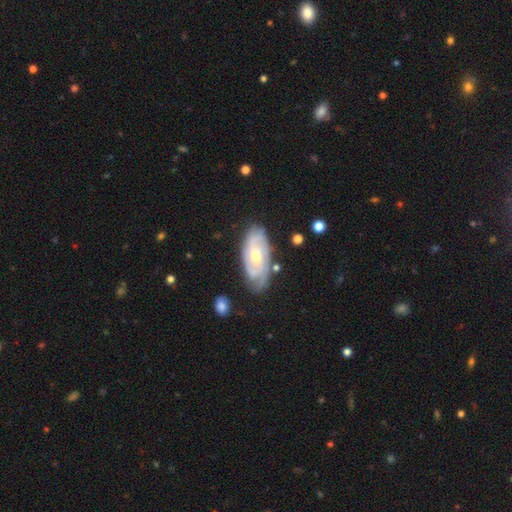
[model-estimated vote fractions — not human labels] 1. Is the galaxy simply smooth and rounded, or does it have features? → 78% featured or disk, 17% smooth, 5% star or artifact.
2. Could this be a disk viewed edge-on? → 93% no, 7% yes.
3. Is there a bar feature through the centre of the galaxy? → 69% no, 27% weak, 5% strong.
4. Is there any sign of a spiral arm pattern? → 93% yes, 7% no.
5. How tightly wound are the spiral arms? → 62% tight, 30% medium, 8% loose.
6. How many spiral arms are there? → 34% can't tell, 28% 2, 22% 3, 8% 4, 4% 1, 4% more than 4.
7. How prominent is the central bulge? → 52% small, 44% moderate, 2% large, 1% none, 1% dominant.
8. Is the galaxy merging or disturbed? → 73% none, 20% minor disturbance, 5% major disturbance, 3% merger.